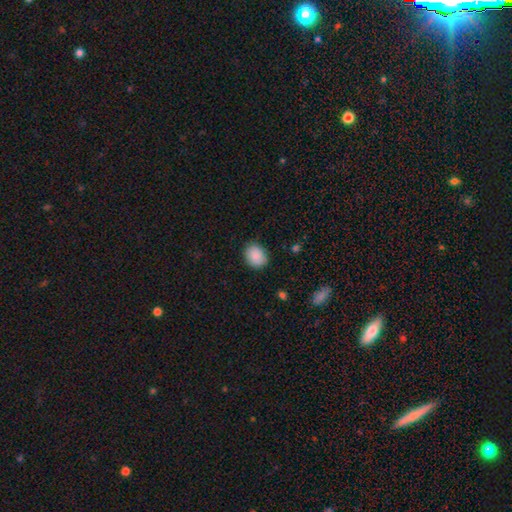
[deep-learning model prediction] Smooth or featured? smooth (89%)
How rounded? round (52%)
Merging? none (86%)